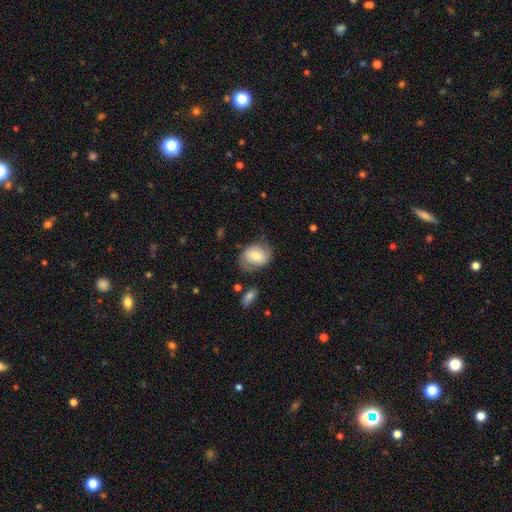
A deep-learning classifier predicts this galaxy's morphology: smooth-or-featured: smooth: 68% | featured or disk: 24% | star or artifact: 8%
  how-rounded: in between: 58% | round: 41% | cigar-shaped: 1%
  merging: none: 65% | minor disturbance: 23% | major disturbance: 10% | merger: 3%